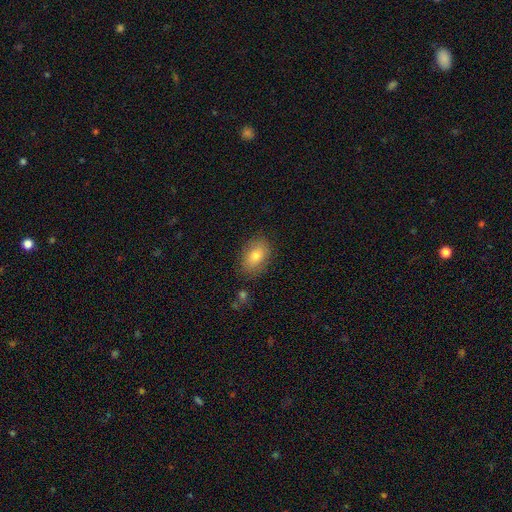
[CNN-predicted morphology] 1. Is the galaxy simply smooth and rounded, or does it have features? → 78% smooth, 14% featured or disk, 8% star or artifact.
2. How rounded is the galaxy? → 85% in between, 13% round, 2% cigar-shaped.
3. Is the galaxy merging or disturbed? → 83% none, 12% minor disturbance, 3% major disturbance, 2% merger.